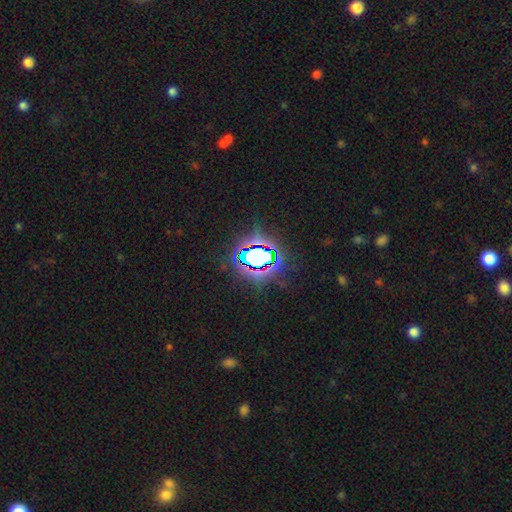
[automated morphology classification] The model was most divided on "smooth or featured": star or artifact: 67%, smooth: 19%, featured or disk: 14%.